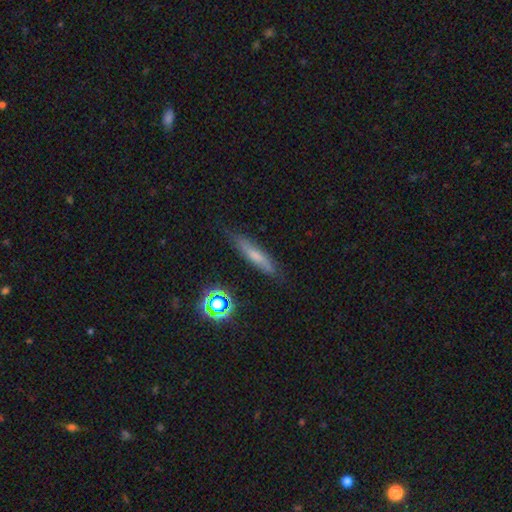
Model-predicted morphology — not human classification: A smooth galaxy with no disk features (57%) that is cigar-shaped (82%). Merging: none (79%).